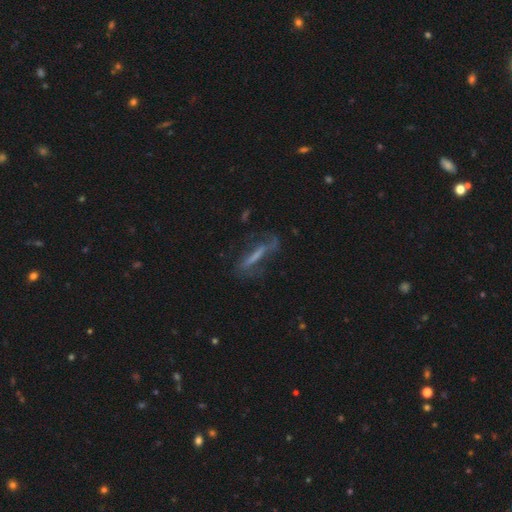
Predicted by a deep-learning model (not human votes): Smooth or featured?
  - featured or disk: 56% *
  - smooth: 32%
  - star or artifact: 12%
Edge-on disk?
  - yes: 52% *
  - no: 48%
Merging?
  - none: 61% *
  - minor disturbance: 21%
  - major disturbance: 16%
  - merger: 3%